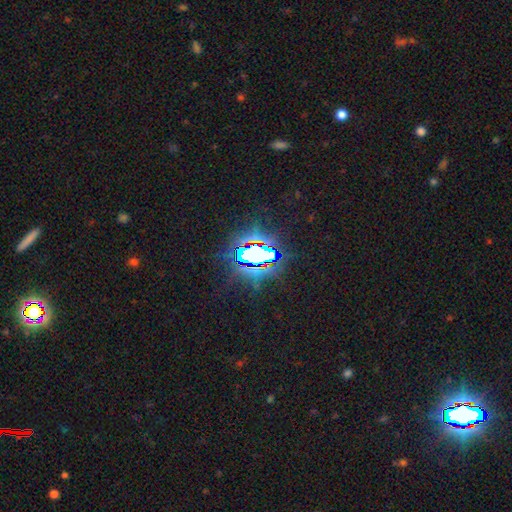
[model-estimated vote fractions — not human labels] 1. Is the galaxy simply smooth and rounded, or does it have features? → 75% star or artifact, 14% smooth, 12% featured or disk.